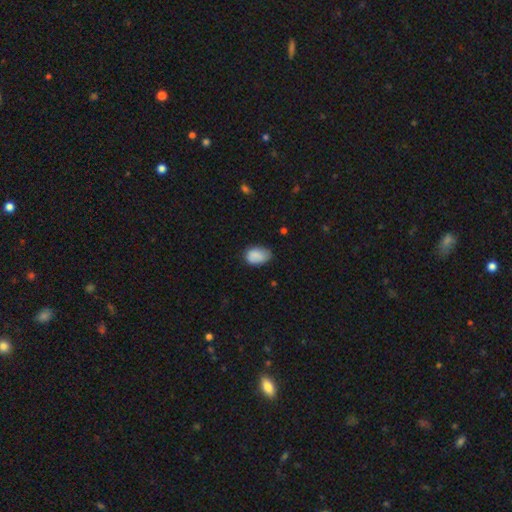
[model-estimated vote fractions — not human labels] Q: Smooth or featured?
A: smooth (85%); runner-up: star or artifact (8%)
Q: How rounded?
A: in between (85%); runner-up: round (14%)
Q: Merging?
A: none (58%); runner-up: minor disturbance (33%)